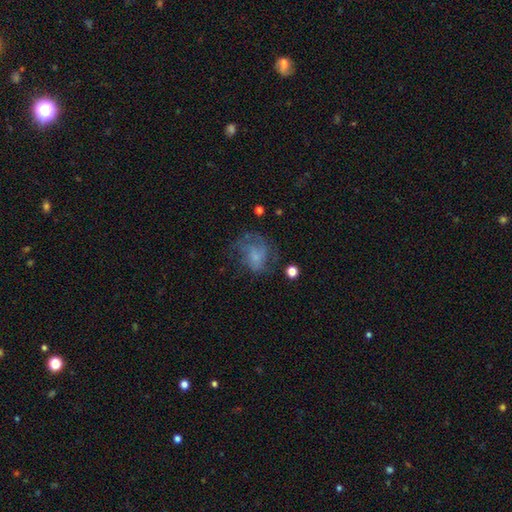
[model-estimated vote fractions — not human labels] smooth_or_featured: smooth (p=0.45) [alt: featured or disk p=0.42]
merging: none (p=0.39) [alt: major disturbance p=0.33]